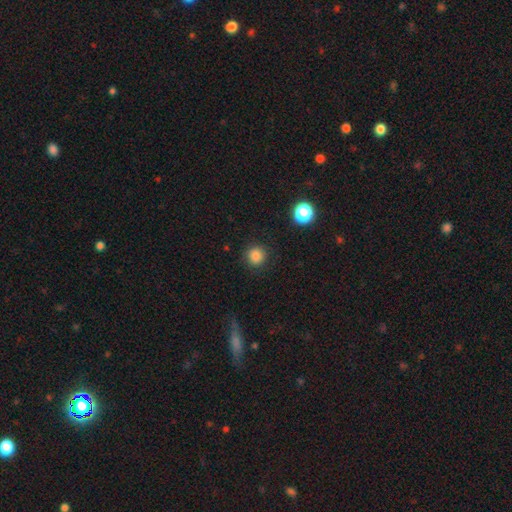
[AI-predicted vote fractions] Smooth or featured? Predicted: smooth (p=0.84). How rounded? Predicted: round (p=0.92). Merging? Predicted: none (p=0.88).